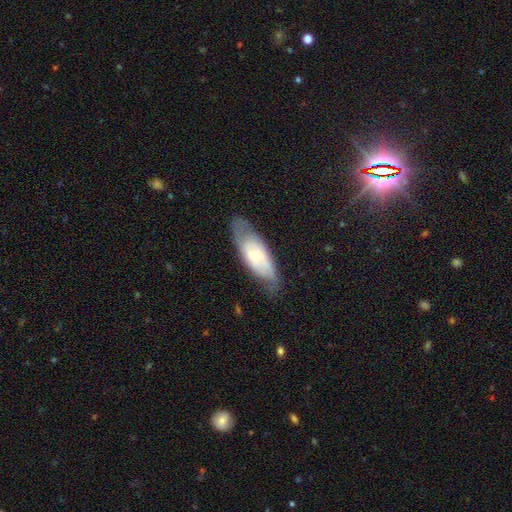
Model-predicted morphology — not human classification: A featured or disk galaxy (53%).

Vote fractions:
- Smooth or featured? featured or disk: 53% / smooth: 40% / star or artifact: 7%
- Edge-on disk? no: 80% / yes: 20%
- Merging? none: 67% / minor disturbance: 24% / major disturbance: 7% / merger: 1%